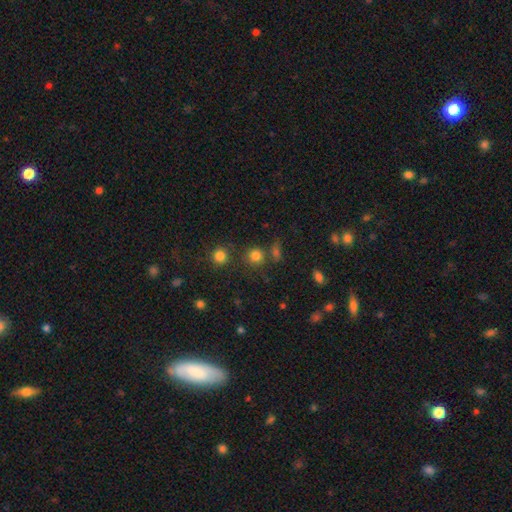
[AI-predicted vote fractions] This is likely a smooth galaxy (79%). How rounded: clearly round (89%). Merging: likely none (74%).